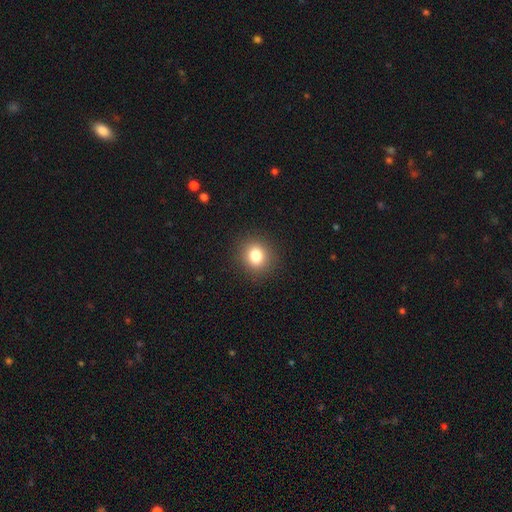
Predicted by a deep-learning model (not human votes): Smooth or featured? Predicted: smooth (p=0.81). How rounded? Predicted: round (p=0.78). Merging? Predicted: none (p=0.90).